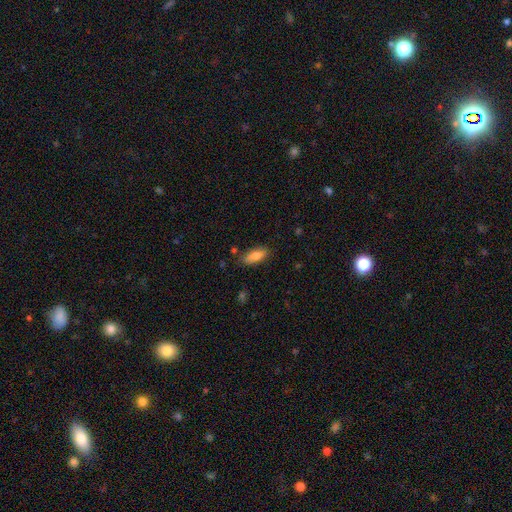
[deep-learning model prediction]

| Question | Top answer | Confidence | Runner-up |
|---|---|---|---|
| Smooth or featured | smooth | 79% | featured or disk (15%) |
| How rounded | in between | 75% | cigar-shaped (23%) |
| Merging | none | 82% | minor disturbance (13%) |